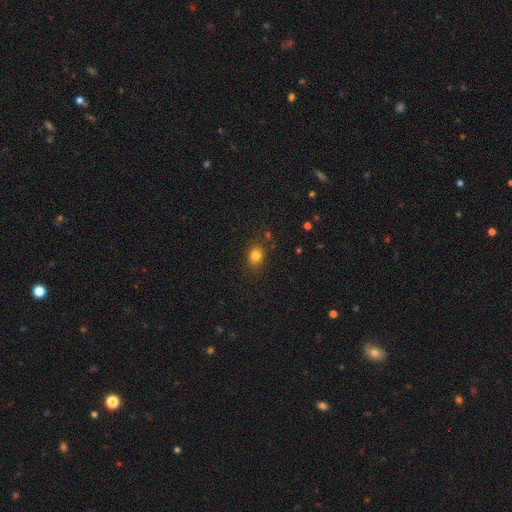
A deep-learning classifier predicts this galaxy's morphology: A smooth galaxy with no disk features (80%) that is round (59%). Merging: none (84%).